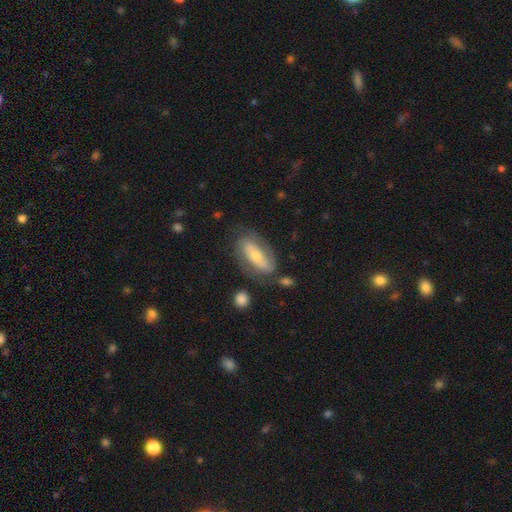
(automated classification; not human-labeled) The model was most divided on "bar": strong: 39%, no: 35%, weak: 25%. More confident: edge-on disk — no (87%); spiral arms — yes (75%); merging — none (67%); smooth or featured — featured or disk (62%); bulge size — small (55%).